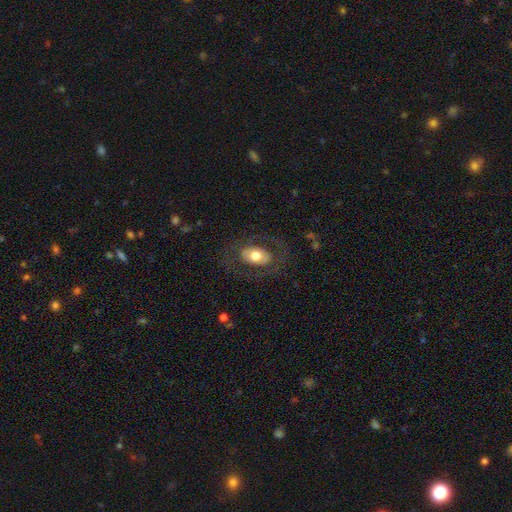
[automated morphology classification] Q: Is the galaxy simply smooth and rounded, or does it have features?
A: smooth — 55%.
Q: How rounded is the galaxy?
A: in between — 85%.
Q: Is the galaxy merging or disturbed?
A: none — 75%.